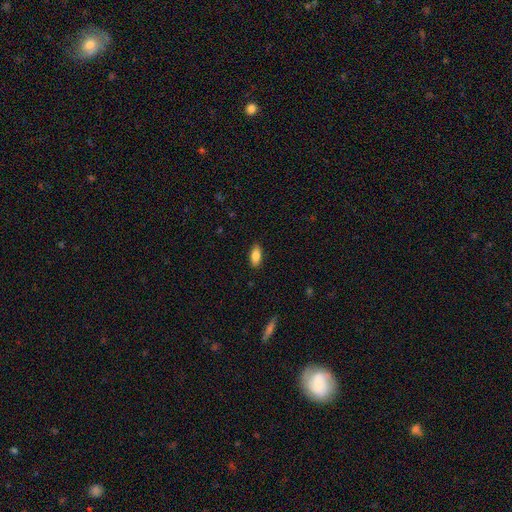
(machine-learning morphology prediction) smooth 84%, featured or disk 9%, star or artifact 7%. Down the decision tree: how rounded — in between (85%); merging — none (89%).